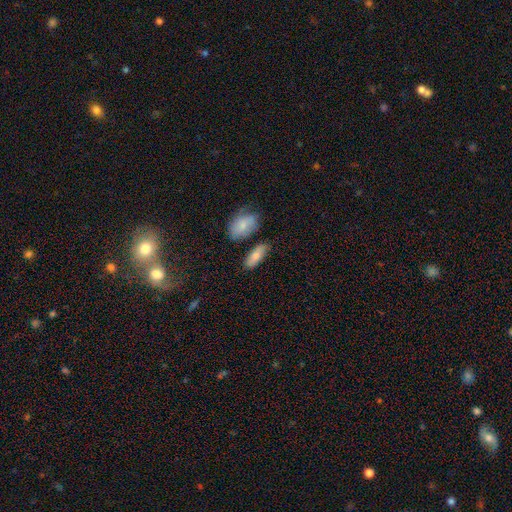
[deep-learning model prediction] A smooth galaxy with no disk features (73%) that is in between round and cigar-shaped (77%). Merging: none (74%).